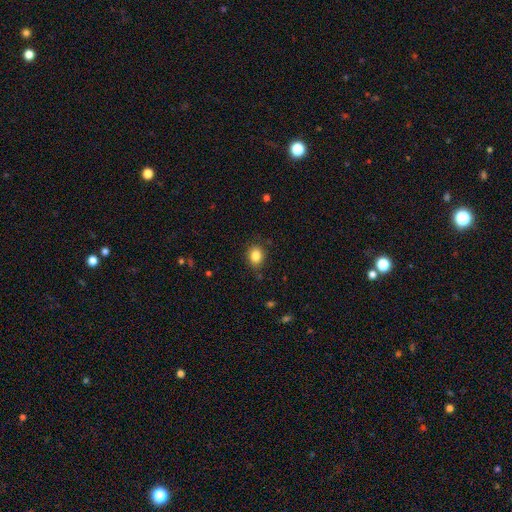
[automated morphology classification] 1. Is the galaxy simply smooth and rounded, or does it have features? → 85% smooth, 9% star or artifact, 6% featured or disk.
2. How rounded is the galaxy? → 51% in between, 48% round, 1% cigar-shaped.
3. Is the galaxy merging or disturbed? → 84% none, 12% minor disturbance, 3% major disturbance, 1% merger.